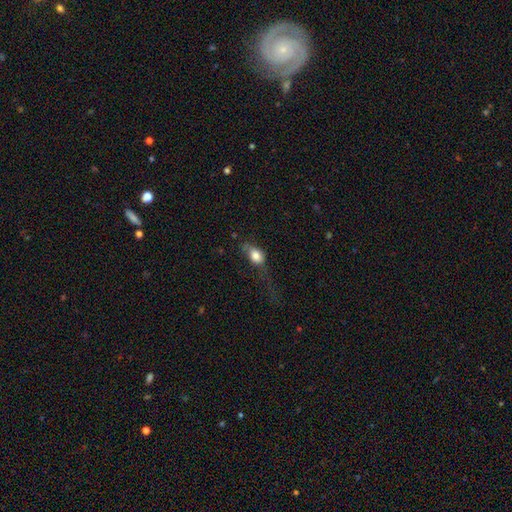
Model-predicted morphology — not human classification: Smooth or featured: smooth — 77% (featured or disk — 15%)
How rounded: in between — 71% (round — 25%)
Merging: major disturbance — 46% (none — 26%)